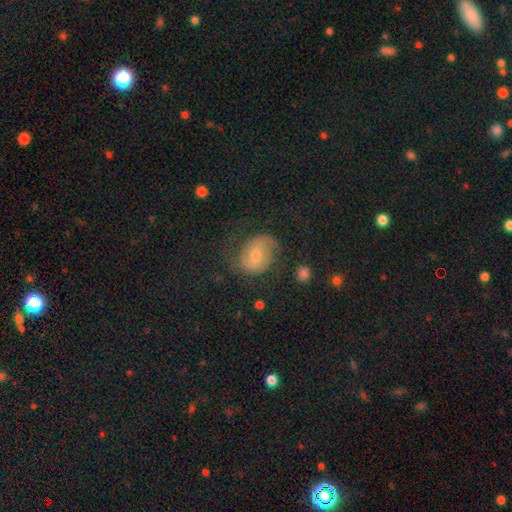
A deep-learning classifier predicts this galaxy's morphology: A featured or disk galaxy (64%) with a weak bar (49%), 2 (82%) medium (47%) spiral arms (87%) and a moderate central bulge (60%).

Vote fractions:
- Smooth or featured? featured or disk: 64% / smooth: 27% / star or artifact: 10%
- Edge-on disk? no: 97% / yes: 3%
- Bar? weak: 49% / no: 37% / strong: 14%
- Spiral arms? yes: 87% / no: 13%
- Spiral winding? medium: 47% / tight: 27% / loose: 26%
- Spiral arm count? 2: 82% / can't tell: 10% / 1: 4% / 3: 2% / 4: 1% / more than 4: 1%
- Bulge size? moderate: 60% / small: 32% / large: 4% / none: 2% / dominant: 1%
- Merging? none: 65% / minor disturbance: 20% / major disturbance: 13% / merger: 2%